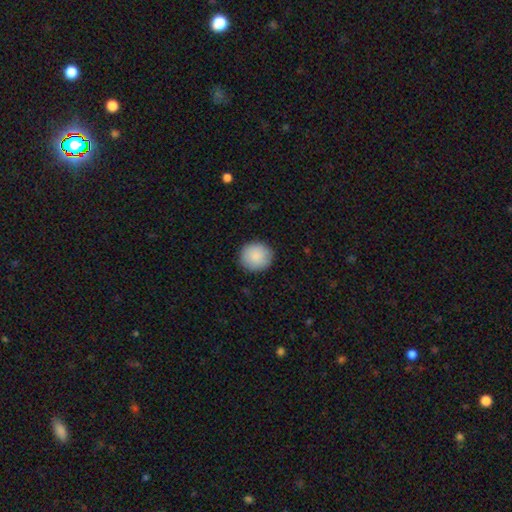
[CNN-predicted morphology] Overall: smooth (89%). How rounded: round (89%). Merging: none (90%).